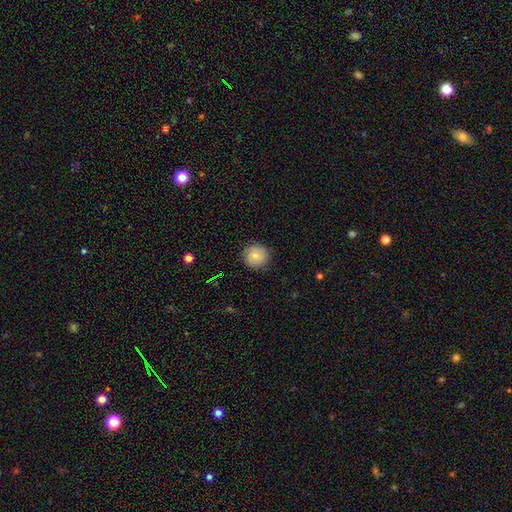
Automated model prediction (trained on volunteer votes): smooth-or-featured: smooth: 82% | featured or disk: 9% | star or artifact: 8%
  how-rounded: round: 93% | in between: 6% | cigar-shaped: 1%
  merging: none: 88% | minor disturbance: 8% | major disturbance: 2% | merger: 1%